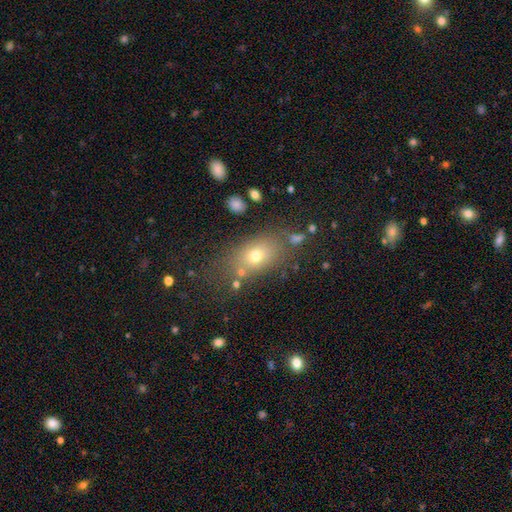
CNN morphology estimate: Q: Smooth or featured?
A: smooth (68%); runner-up: featured or disk (16%)
Q: How rounded?
A: in between (75%); runner-up: round (22%)
Q: Merging?
A: none (70%); runner-up: minor disturbance (15%)